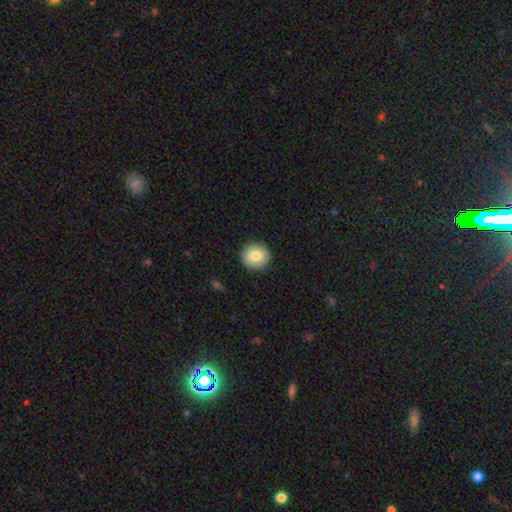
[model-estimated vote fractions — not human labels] Morphology: type=smooth (81%); roundness=round (92%); merging=none (92%).